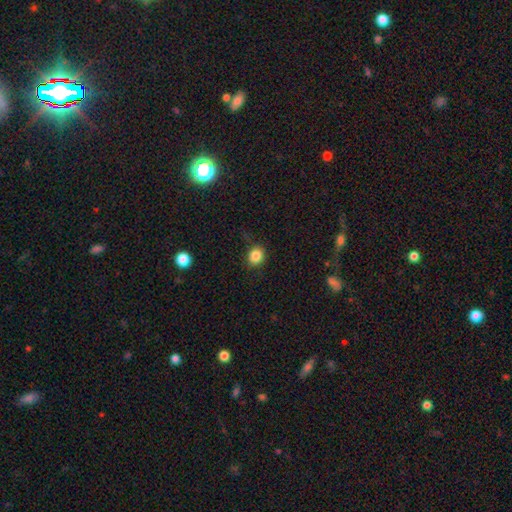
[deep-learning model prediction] smooth-or-featured: smooth: 84% | star or artifact: 11% | featured or disk: 5%
  how-rounded: round: 68% | in between: 31% | cigar-shaped: 1%
  merging: none: 82% | minor disturbance: 13% | major disturbance: 4% | merger: 1%